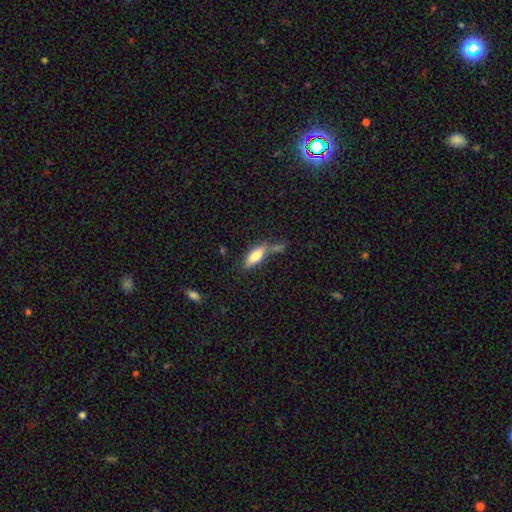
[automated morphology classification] This appears to be a smooth galaxy with no disk features (74%) that is in between round and cigar-shaped (65%). Merging: none (50%).